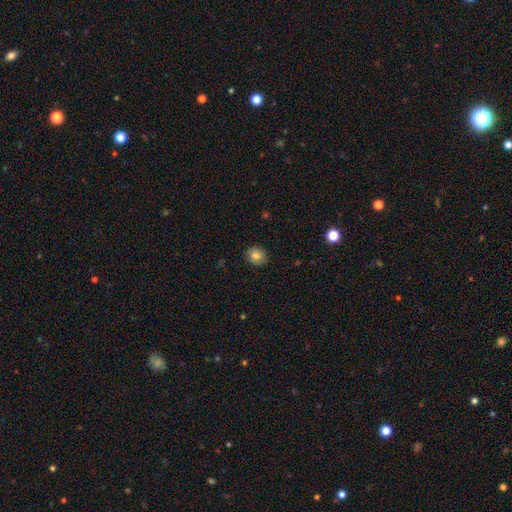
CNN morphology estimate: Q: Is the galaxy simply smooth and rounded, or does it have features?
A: smooth — 81%.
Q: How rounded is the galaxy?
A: round — 74%.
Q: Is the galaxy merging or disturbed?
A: none — 89%.